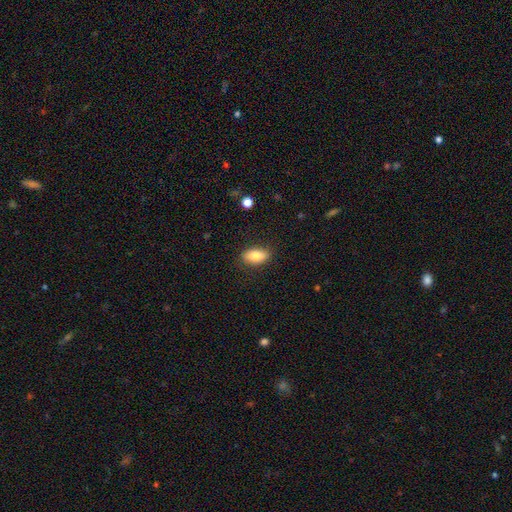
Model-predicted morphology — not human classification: type=smooth (81%); roundness=in between (89%); merging=none (85%).